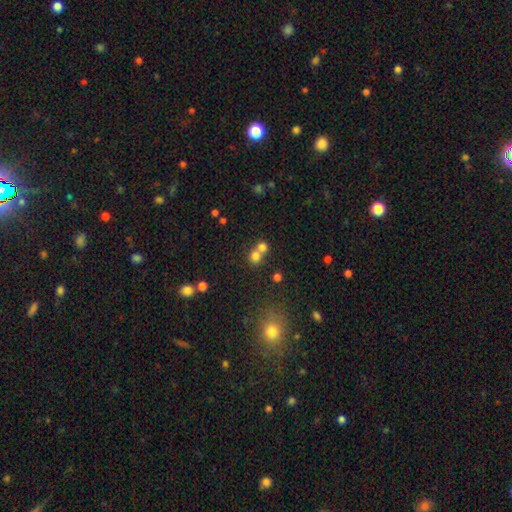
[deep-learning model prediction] smooth 75%, star or artifact 15%, featured or disk 10%. Down the decision tree: how rounded — round (84%); merging — merger (50%).